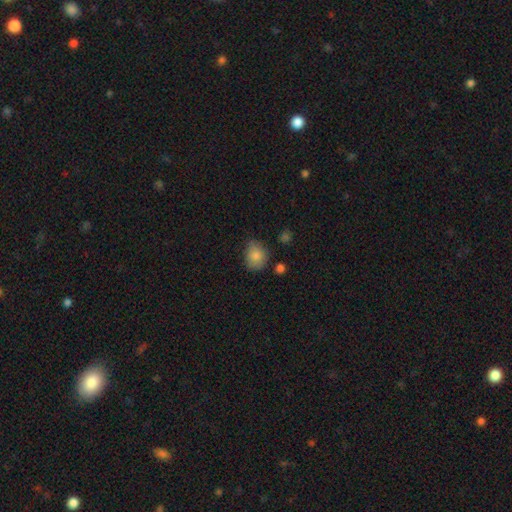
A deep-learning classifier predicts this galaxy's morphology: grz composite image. It shows a smooth galaxy with no disk features (83%) that is round (52%). Merging: none (60%).